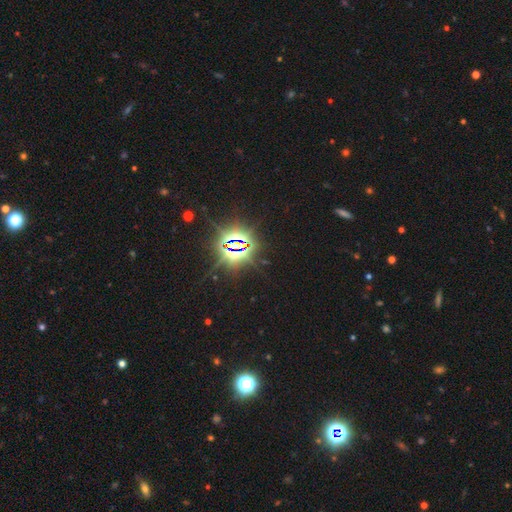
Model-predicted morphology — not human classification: A star or artifact, not a galaxy (84%).

Vote fractions:
- Smooth or featured? star or artifact: 84% / smooth: 10% / featured or disk: 7%